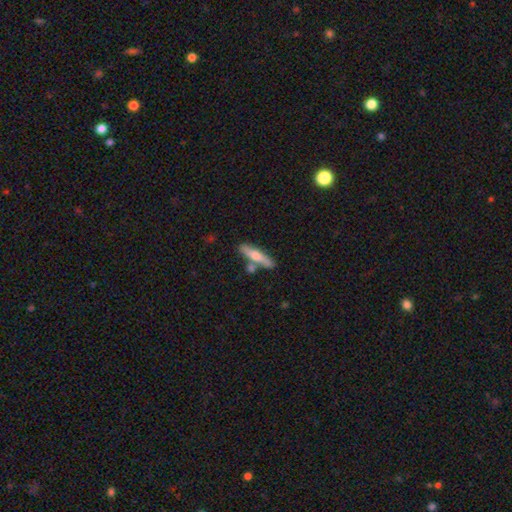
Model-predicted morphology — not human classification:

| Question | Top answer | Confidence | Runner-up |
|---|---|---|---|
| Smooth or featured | smooth | 56% | featured or disk (38%) |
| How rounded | cigar-shaped | 83% | in between (15%) |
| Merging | none | 75% | minor disturbance (12%) |